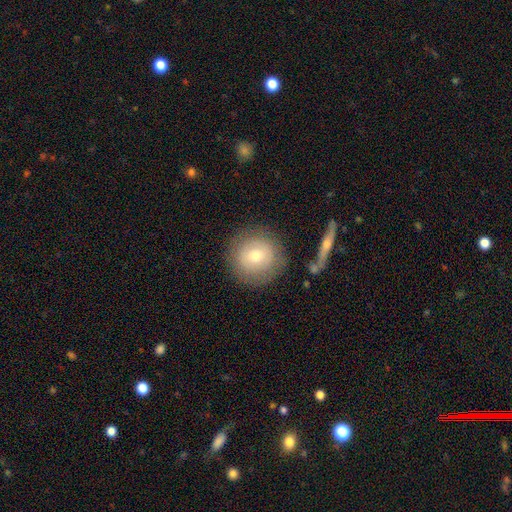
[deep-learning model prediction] Q: Smooth or featured?
A: smooth (66%); runner-up: featured or disk (25%)
Q: How rounded?
A: round (94%); runner-up: in between (5%)
Q: Merging?
A: none (82%); runner-up: minor disturbance (11%)